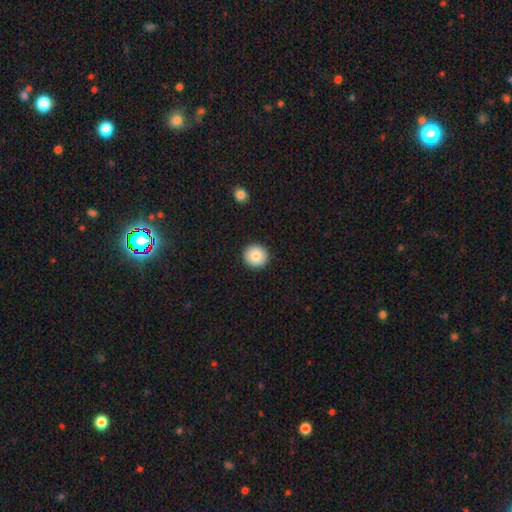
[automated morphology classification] Smooth or featured?
  - smooth: 84% *
  - star or artifact: 8%
  - featured or disk: 8%
How rounded?
  - round: 93% *
  - in between: 7%
  - cigar-shaped: 1%
Merging?
  - none: 92% *
  - minor disturbance: 5%
  - major disturbance: 2%
  - merger: 1%